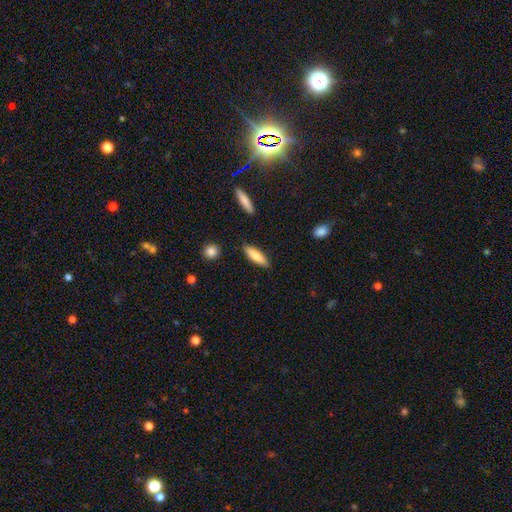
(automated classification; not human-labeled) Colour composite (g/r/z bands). It shows a smooth galaxy with no disk features (81%) that is cigar-shaped (64%). Merging: none (87%).